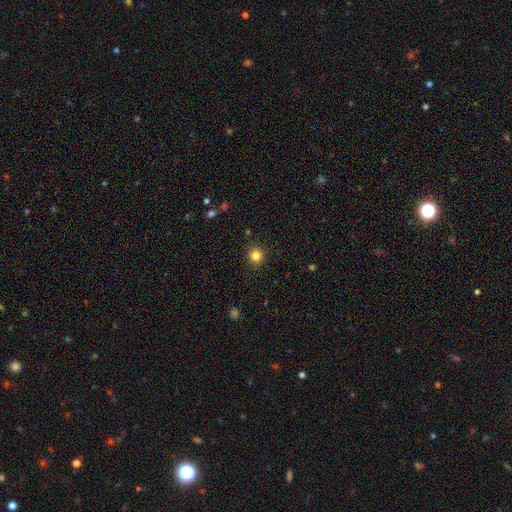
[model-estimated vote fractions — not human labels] This appears to be a smooth galaxy with no disk features (83%) that is round (90%). Merging: none (91%).